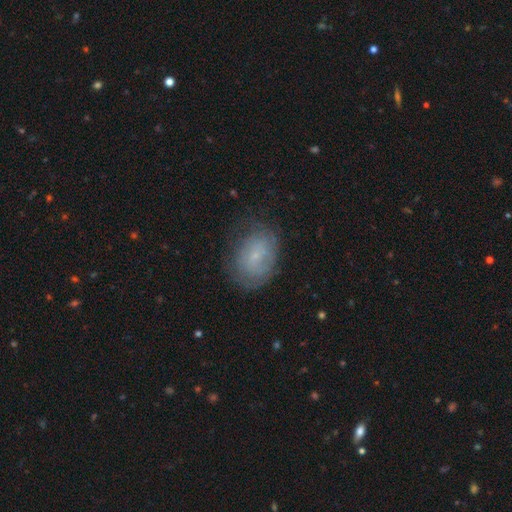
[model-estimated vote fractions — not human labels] A smooth galaxy with no disk features (50%) that is in between round and cigar-shaped (76%).

Vote fractions:
- Smooth or featured? smooth: 50% / featured or disk: 40% / star or artifact: 10%
- How rounded? in between: 76% / round: 23% / cigar-shaped: 1%
- Merging? none: 67% / minor disturbance: 22% / major disturbance: 10% / merger: 1%